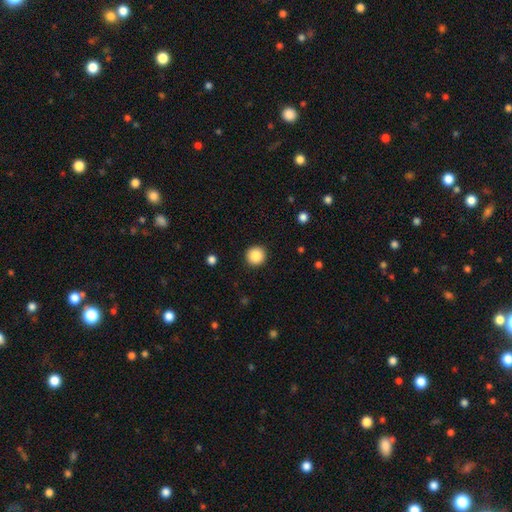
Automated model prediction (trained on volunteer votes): Smooth or featured? smooth (87%)
How rounded? round (95%)
Merging? none (92%)